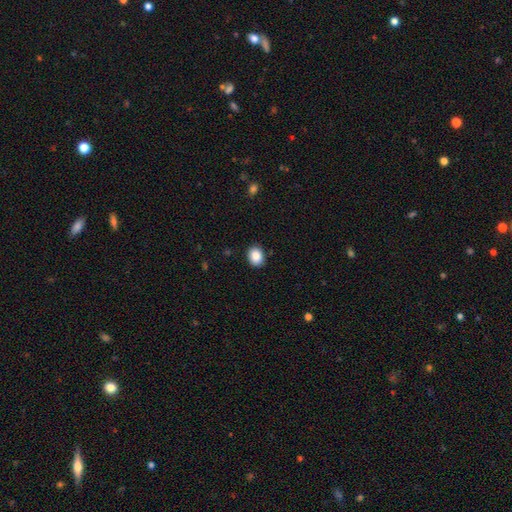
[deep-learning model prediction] Morphology: type=smooth (88%); roundness=in between (53%); merging=none (89%).